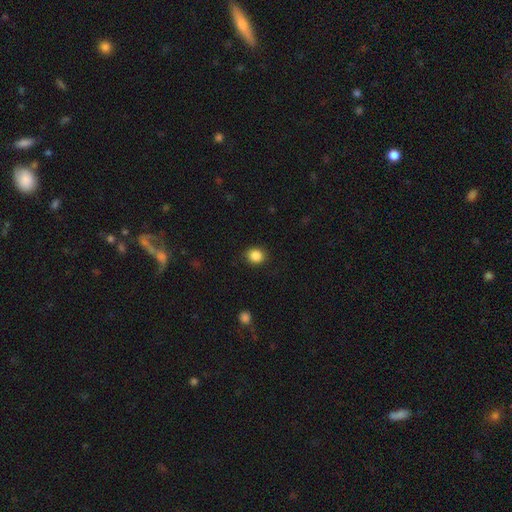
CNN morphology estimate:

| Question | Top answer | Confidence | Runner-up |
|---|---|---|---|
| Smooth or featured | smooth | 86% | star or artifact (10%) |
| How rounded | round | 79% | in between (20%) |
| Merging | none | 88% | minor disturbance (8%) |